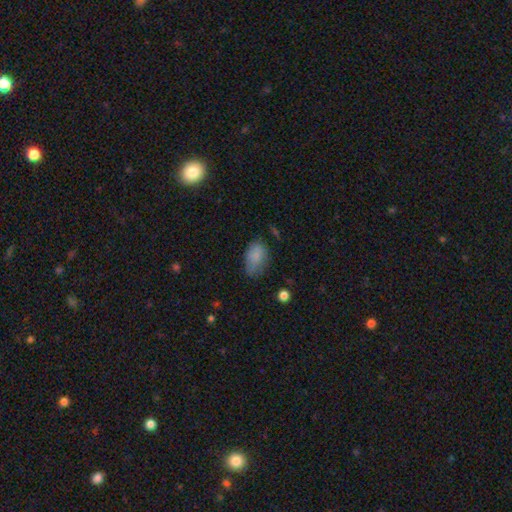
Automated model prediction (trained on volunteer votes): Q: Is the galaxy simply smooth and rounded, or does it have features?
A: smooth — 81%.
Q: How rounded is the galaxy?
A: in between — 90%.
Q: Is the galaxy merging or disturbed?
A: none — 56%.